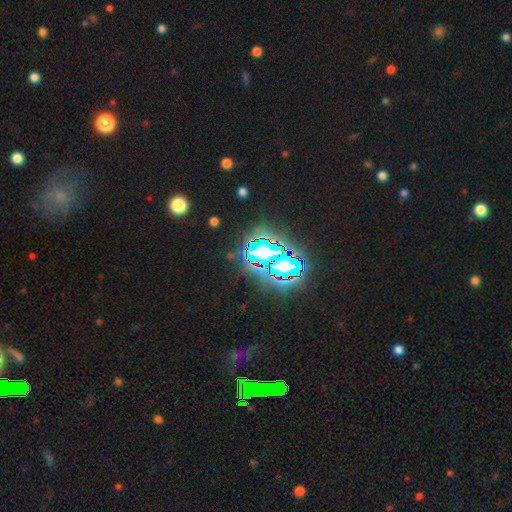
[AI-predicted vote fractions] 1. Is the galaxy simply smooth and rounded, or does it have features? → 79% star or artifact, 12% smooth, 9% featured or disk.